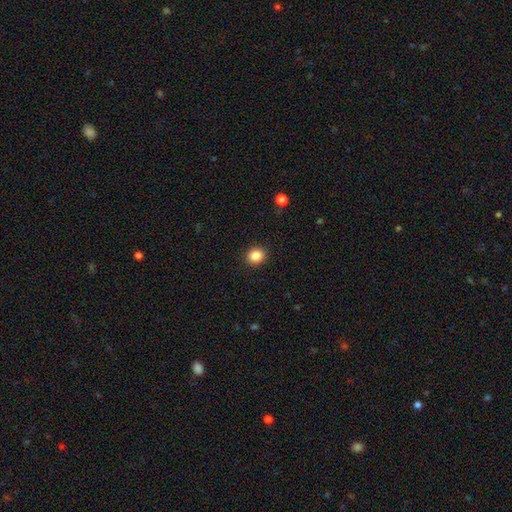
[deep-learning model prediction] The model was most divided on "how rounded": round: 86%, in between: 13%, cigar-shaped: 1%. More confident: merging — none (92%); smooth or featured — smooth (86%).